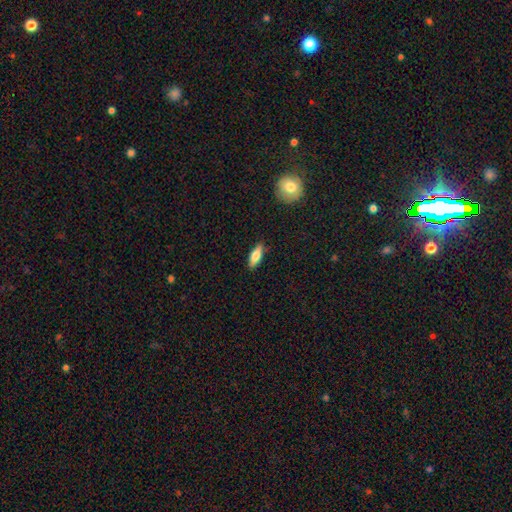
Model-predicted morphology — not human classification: Q: Smooth or featured?
A: smooth (71%); runner-up: featured or disk (22%)
Q: How rounded?
A: in between (63%); runner-up: cigar-shaped (35%)
Q: Merging?
A: none (86%); runner-up: minor disturbance (11%)